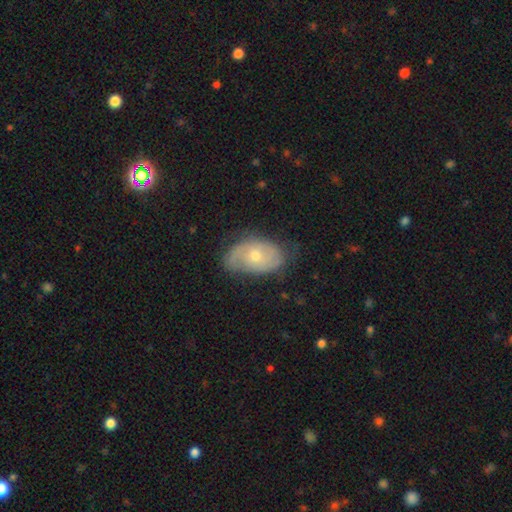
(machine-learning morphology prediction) Q: Smooth or featured?
A: featured or disk (60%); runner-up: smooth (33%)
Q: Edge-on disk?
A: no (94%); runner-up: yes (6%)
Q: Bar?
A: no (81%); runner-up: weak (16%)
Q: Spiral arms?
A: yes (76%); runner-up: no (24%)
Q: Bulge size?
A: moderate (49%); runner-up: small (48%)
Q: Merging?
A: none (64%); runner-up: minor disturbance (27%)